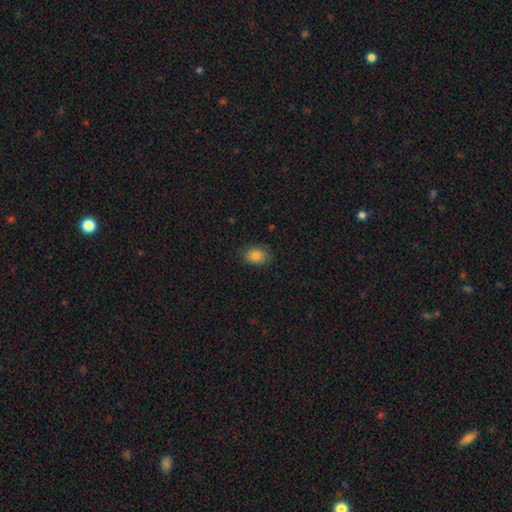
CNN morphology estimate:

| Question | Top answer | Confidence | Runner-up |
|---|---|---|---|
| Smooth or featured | smooth | 81% | featured or disk (10%) |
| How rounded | in between | 69% | round (30%) |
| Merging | none | 81% | minor disturbance (15%) |